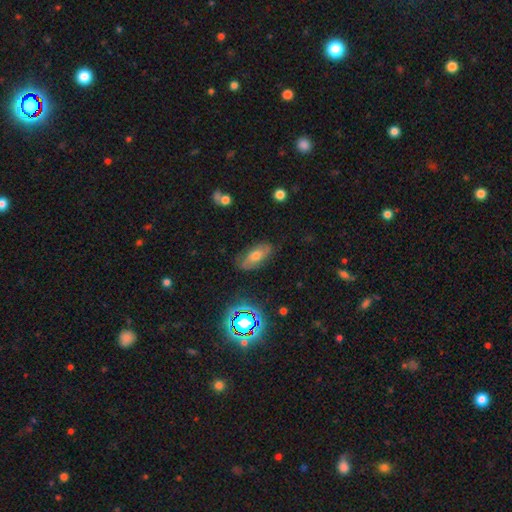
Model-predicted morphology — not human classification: Smooth or featured? Predicted: smooth (p=0.53). How rounded? Predicted: in between (p=0.79). Merging? Predicted: none (p=0.79).